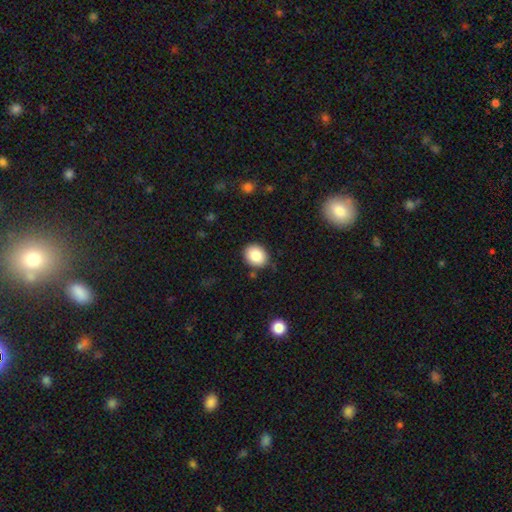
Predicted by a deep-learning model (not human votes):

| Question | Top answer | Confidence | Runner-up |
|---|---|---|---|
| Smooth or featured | smooth | 86% | star or artifact (8%) |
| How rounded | round | 53% | in between (46%) |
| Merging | none | 84% | minor disturbance (12%) |